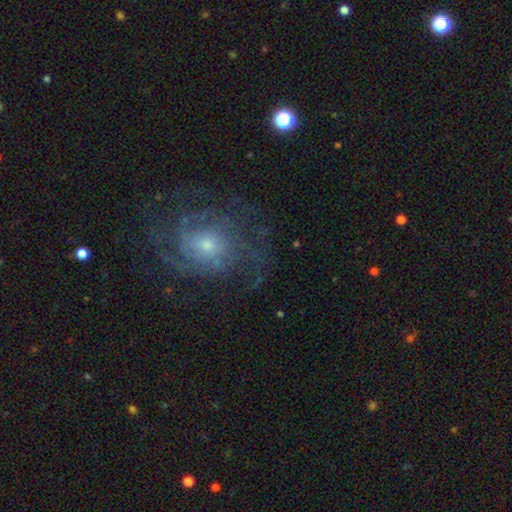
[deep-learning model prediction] A featured or disk galaxy (78%) with no bar (74%), tight (52%) spiral arms (92%) and a small central bulge (58%).

Vote fractions:
- Smooth or featured? featured or disk: 78% / smooth: 11% / star or artifact: 11%
- Edge-on disk? no: 97% / yes: 3%
- Bar? no: 74% / weak: 22% / strong: 4%
- Spiral arms? yes: 92% / no: 8%
- Spiral winding? tight: 52% / medium: 36% / loose: 12%
- Spiral arm count? can't tell: 39% / 3: 17% / 4: 15% / 2: 14% / more than 4: 9% / 1: 7%
- Bulge size? small: 58% / moderate: 35% / large: 3% / none: 2% / dominant: 1%
- Merging? none: 72% / minor disturbance: 15% / major disturbance: 12% / merger: 1%